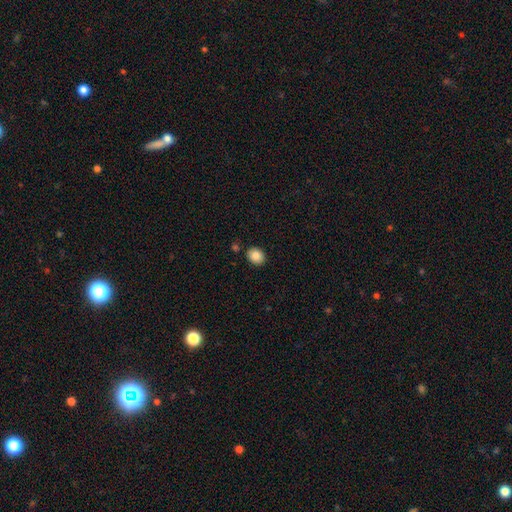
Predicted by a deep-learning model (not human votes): The model was most divided on "how rounded": round: 52%, in between: 48%, cigar-shaped: 1%. More confident: smooth or featured — smooth (88%); merging — none (86%).